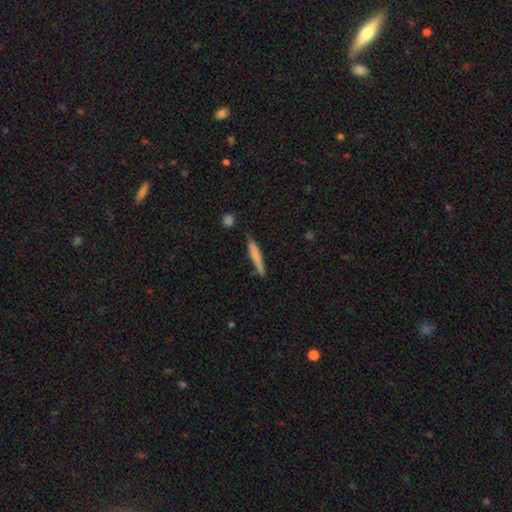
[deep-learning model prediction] Smooth or featured? Predicted: smooth (p=0.71). How rounded? Predicted: cigar-shaped (p=0.94). Merging? Predicted: none (p=0.77).